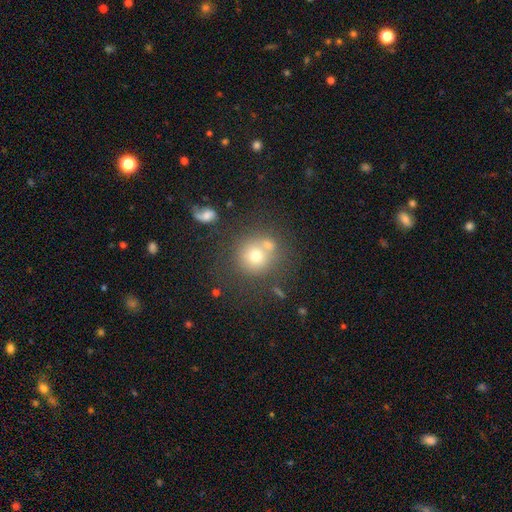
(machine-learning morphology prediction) smooth-or-featured: smooth: 68% | featured or disk: 17% | star or artifact: 14%
  how-rounded: round: 89% | in between: 10% | cigar-shaped: 1%
  merging: none: 57% | merger: 26% | minor disturbance: 11% | major disturbance: 6%